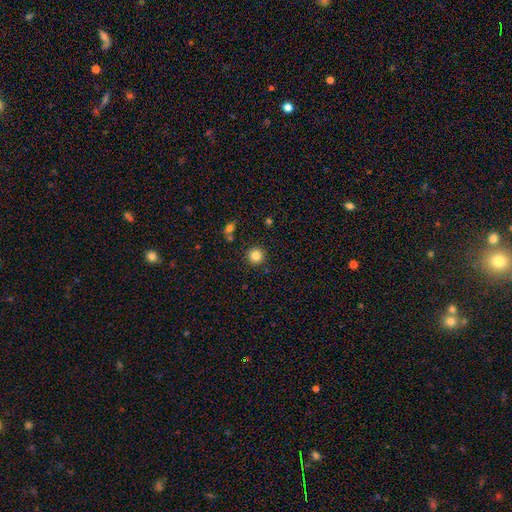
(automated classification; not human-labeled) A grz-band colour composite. It shows a smooth galaxy with no disk features (84%) that is round (95%). Merging: none (89%).